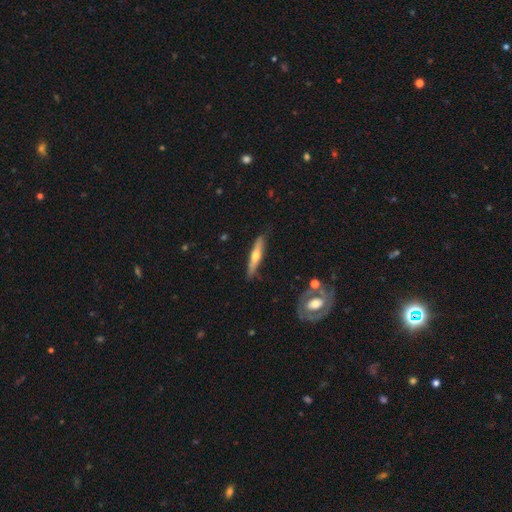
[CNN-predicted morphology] This is possibly a featured or disk galaxy (56%). It is clearly viewed edge-on (93%). Edge-on bulge: clearly rounded (89%). Merging: clearly none (85%).